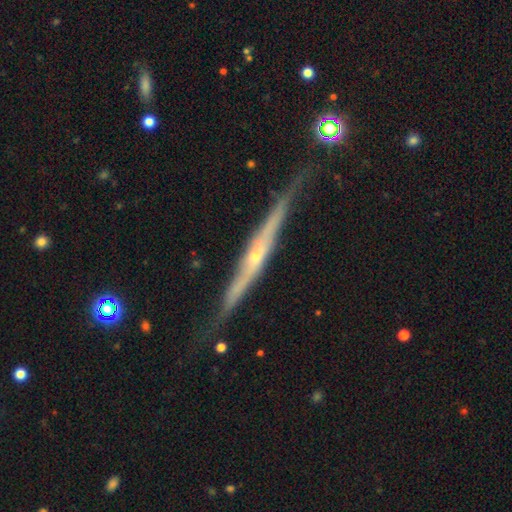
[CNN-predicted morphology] A featured or disk galaxy (80%) viewed edge-on (95%) with a rounded central bulge (58%). Merging: none (76%).